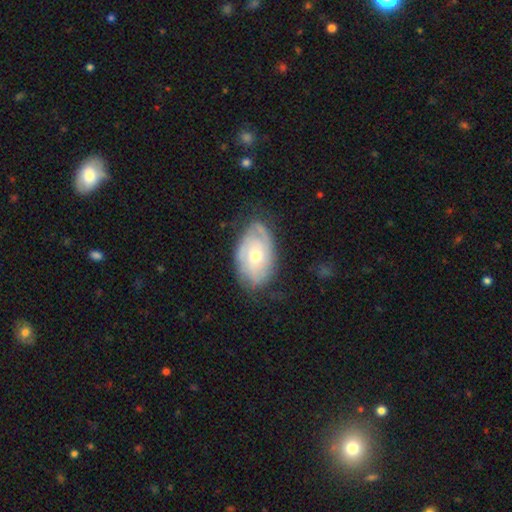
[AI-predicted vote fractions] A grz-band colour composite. It shows a featured or disk galaxy (69%) with no bar (76%), tight (60%) spiral arms (86%) and a moderate central bulge (62%). Merging: none (68%).